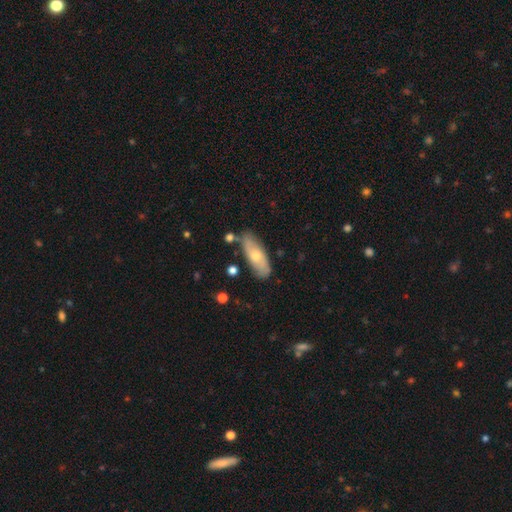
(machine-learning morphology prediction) A smooth galaxy with no disk features (52%) that is in between round and cigar-shaped (68%).

Vote fractions:
- Smooth or featured? smooth: 52% / featured or disk: 41% / star or artifact: 7%
- How rounded? in between: 68% / cigar-shaped: 30% / round: 3%
- Merging? none: 79% / minor disturbance: 14% / merger: 4% / major disturbance: 3%